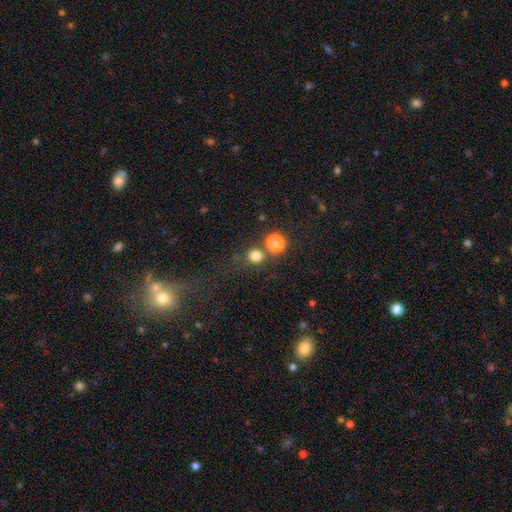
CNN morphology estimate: smooth_or_featured: smooth (p=0.75) [alt: star or artifact p=0.18]
how_rounded: round (p=0.87) [alt: in between p=0.12]
merging: none (p=0.65) [alt: merger p=0.22]